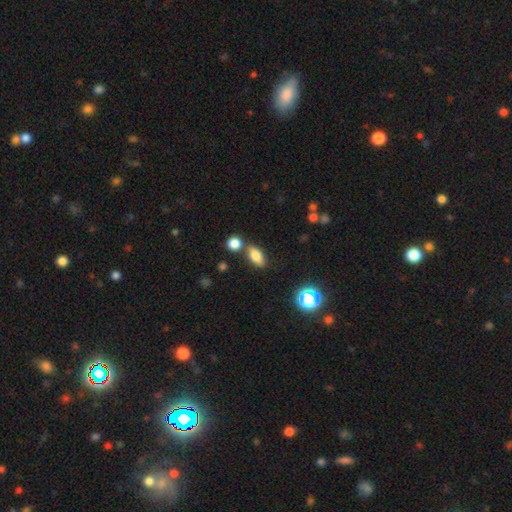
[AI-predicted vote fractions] Smooth or featured? smooth (73%)
How rounded? in between (78%)
Merging? none (68%)